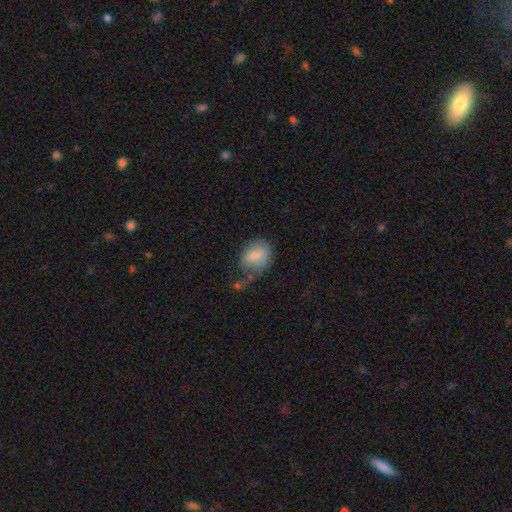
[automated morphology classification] Overall: smooth (75%). How rounded: in between (63%; round 36%). Merging: none (42%; minor disturbance 30%).